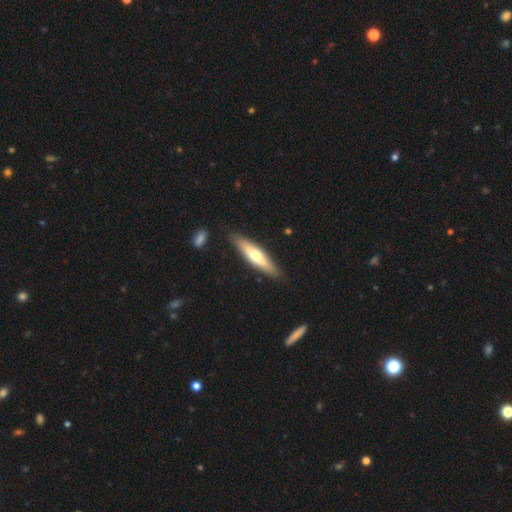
Smooth or featured: smooth — 47% (tied with featured or disk — 47%)
How rounded: cigar-shaped — 65% (in between — 35%)
Merging: none — 71% (minor disturbance — 24%)